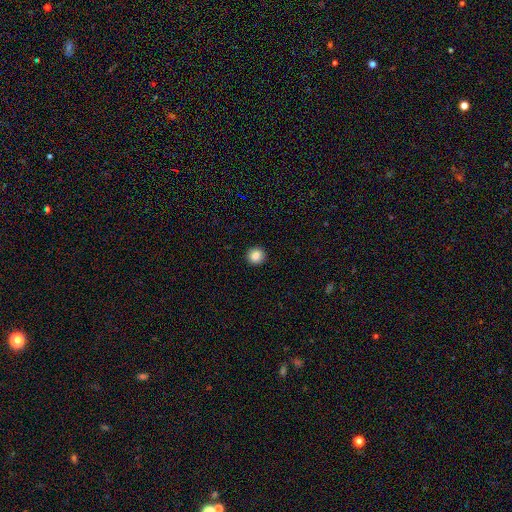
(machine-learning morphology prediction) Q: Smooth or featured?
A: smooth (86%); runner-up: star or artifact (10%)
Q: How rounded?
A: round (93%); runner-up: in between (6%)
Q: Merging?
A: none (93%); runner-up: minor disturbance (4%)